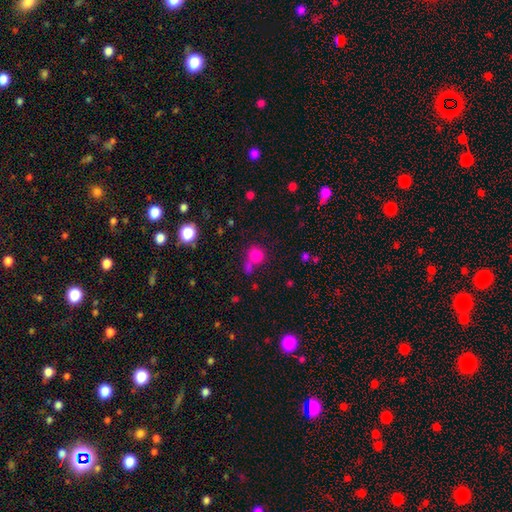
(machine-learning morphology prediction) smooth 80%, star or artifact 14%, featured or disk 7%. Down the decision tree: how rounded — round (88%); merging — none (58%).